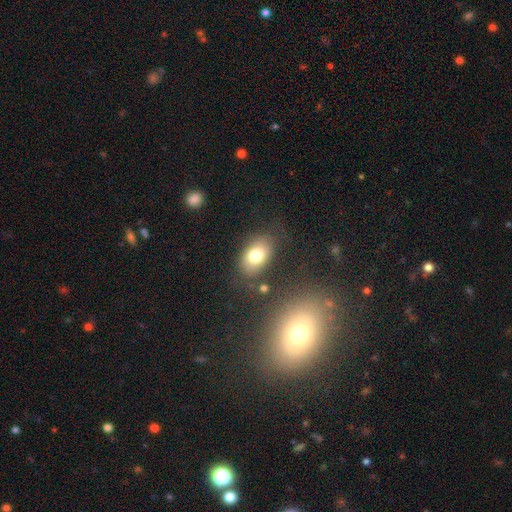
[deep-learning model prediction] smooth_or_featured: smooth (p=0.76) [alt: featured or disk p=0.14]
how_rounded: in between (p=0.84) [alt: round p=0.15]
merging: none (p=0.75) [alt: minor disturbance p=0.15]